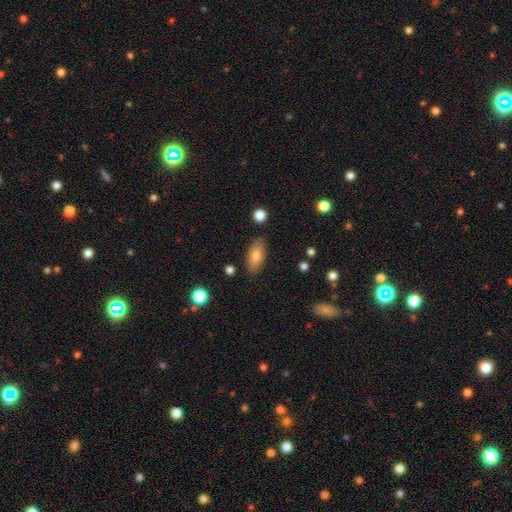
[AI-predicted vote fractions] Smooth or featured?
  - smooth: 77% *
  - featured or disk: 16%
  - star or artifact: 7%
How rounded?
  - in between: 88% *
  - cigar-shaped: 8%
  - round: 4%
Merging?
  - none: 84% *
  - minor disturbance: 12%
  - major disturbance: 3%
  - merger: 2%